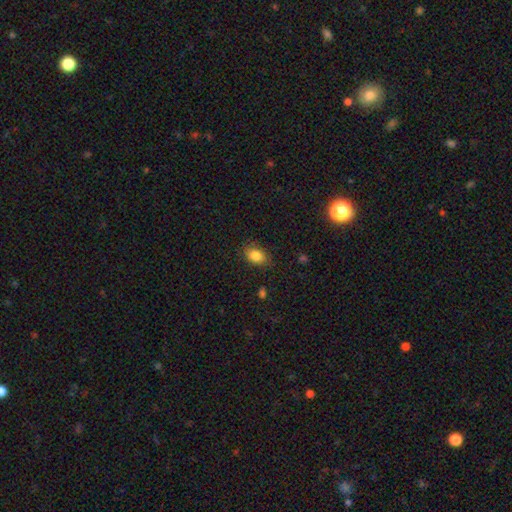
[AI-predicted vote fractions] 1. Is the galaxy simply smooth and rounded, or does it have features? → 85% smooth, 9% star or artifact, 6% featured or disk.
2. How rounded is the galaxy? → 80% in between, 18% round, 1% cigar-shaped.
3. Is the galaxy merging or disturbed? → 82% none, 14% minor disturbance, 3% major disturbance, 1% merger.